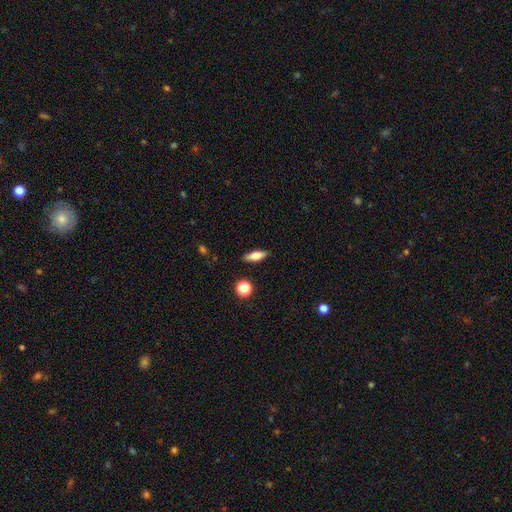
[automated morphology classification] A smooth galaxy with no disk features (70%) that is in between round and cigar-shaped (62%).

Vote fractions:
- Smooth or featured? smooth: 70% / featured or disk: 22% / star or artifact: 8%
- How rounded? in between: 62% / cigar-shaped: 34% / round: 4%
- Merging? none: 88% / minor disturbance: 9% / major disturbance: 2% / merger: 2%